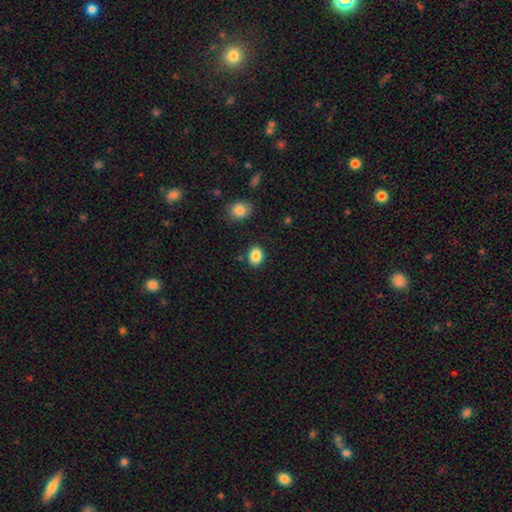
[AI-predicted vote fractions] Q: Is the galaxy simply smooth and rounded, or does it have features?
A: smooth — 86%.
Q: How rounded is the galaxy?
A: in between — 57%.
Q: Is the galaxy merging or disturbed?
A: none — 86%.